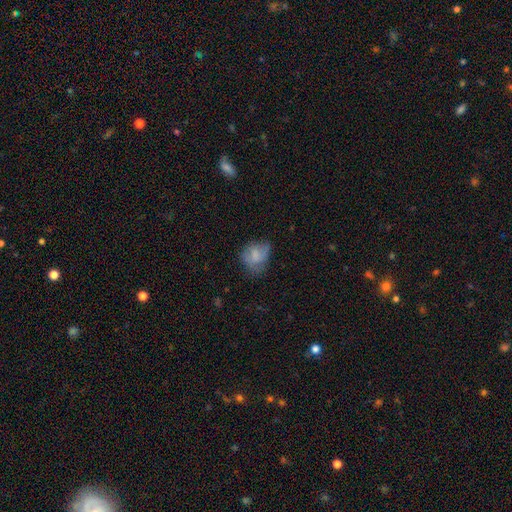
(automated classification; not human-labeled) Smooth or featured? Predicted: smooth (p=0.71). How rounded? Predicted: round (p=0.50). Merging? Predicted: none (p=0.43).